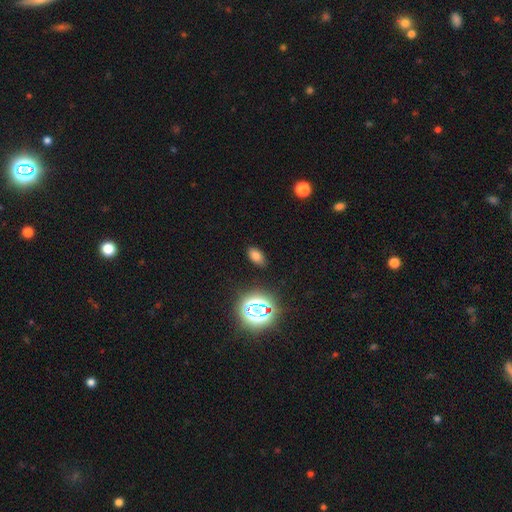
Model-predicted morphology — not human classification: This appears to be a smooth galaxy with no disk features (70%) that is in between round and cigar-shaped (90%). Merging: none (85%).